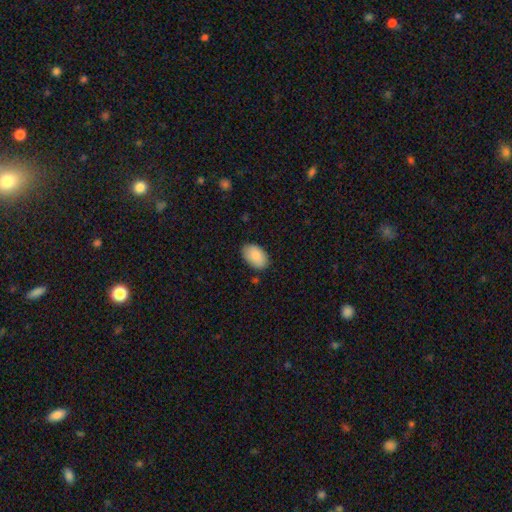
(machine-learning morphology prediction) Q: Smooth or featured?
A: smooth (88%); runner-up: star or artifact (6%)
Q: How rounded?
A: in between (92%); runner-up: round (7%)
Q: Merging?
A: none (83%); runner-up: minor disturbance (14%)